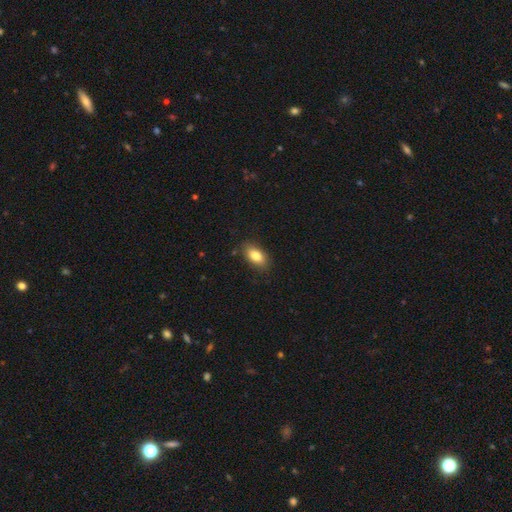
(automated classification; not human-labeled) This appears to be a smooth galaxy with no disk features (83%) that is in between round and cigar-shaped (90%). Merging: none (84%).